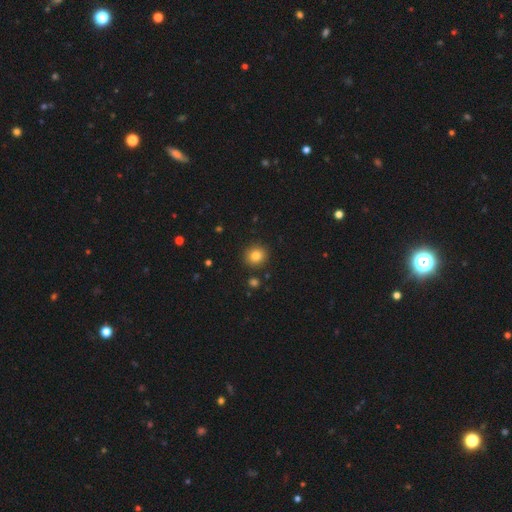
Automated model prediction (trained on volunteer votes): Q: Smooth or featured?
A: smooth (82%); runner-up: star or artifact (11%)
Q: How rounded?
A: round (88%); runner-up: in between (11%)
Q: Merging?
A: none (90%); runner-up: minor disturbance (6%)